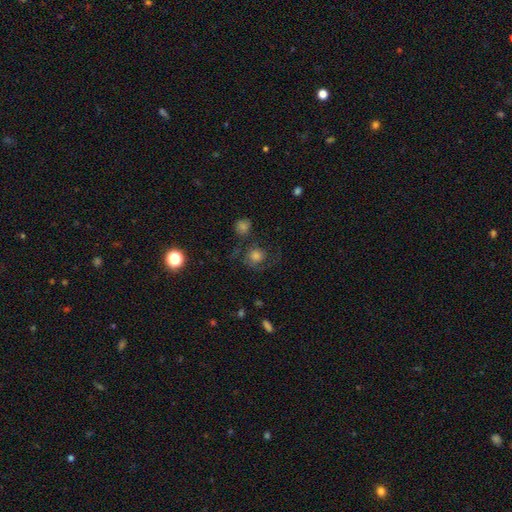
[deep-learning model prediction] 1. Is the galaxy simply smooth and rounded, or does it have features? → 51% smooth, 31% featured or disk, 18% star or artifact.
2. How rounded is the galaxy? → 84% round, 15% in between, 1% cigar-shaped.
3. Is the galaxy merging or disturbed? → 61% none, 17% major disturbance, 17% minor disturbance, 6% merger.